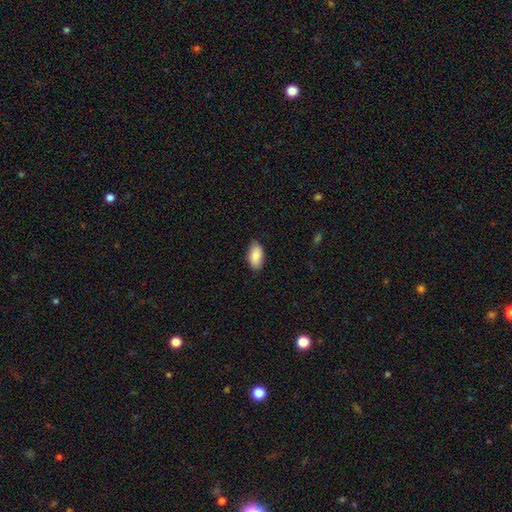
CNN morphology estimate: smooth 85%, featured or disk 9%, star or artifact 6%. Down the decision tree: how rounded — in between (92%); merging — none (86%).